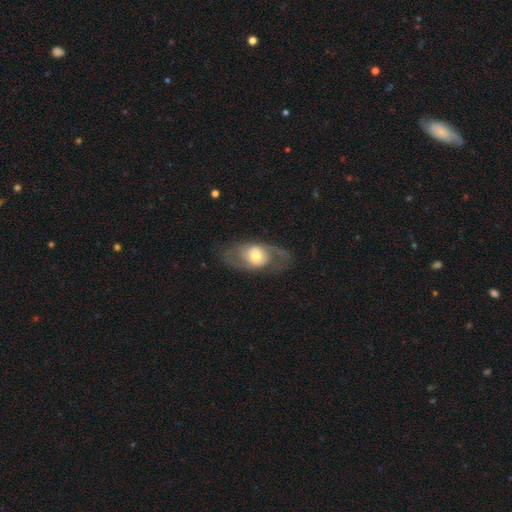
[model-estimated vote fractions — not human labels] Q: Smooth or featured?
A: featured or disk (68%); runner-up: smooth (27%)
Q: Edge-on disk?
A: no (91%); runner-up: yes (9%)
Q: Bar?
A: no (69%); runner-up: weak (23%)
Q: Spiral arms?
A: yes (66%); runner-up: no (34%)
Q: Bulge size?
A: moderate (63%); runner-up: large (19%)
Q: Merging?
A: none (69%); runner-up: minor disturbance (16%)